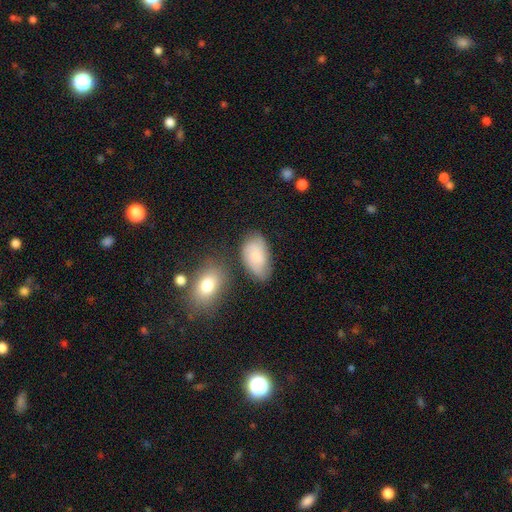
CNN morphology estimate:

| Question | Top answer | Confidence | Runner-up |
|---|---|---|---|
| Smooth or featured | smooth | 68% | featured or disk (24%) |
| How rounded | in between | 93% | round (5%) |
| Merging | none | 62% | minor disturbance (24%) |